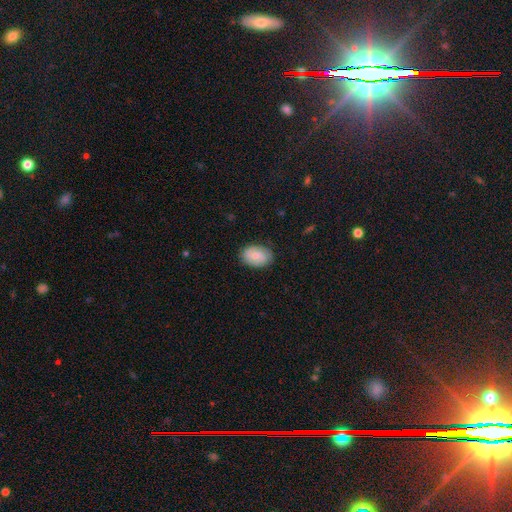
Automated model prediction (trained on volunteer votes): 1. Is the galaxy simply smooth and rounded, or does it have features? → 48% smooth, 45% featured or disk, 7% star or artifact.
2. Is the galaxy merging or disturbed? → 82% none, 14% minor disturbance, 3% major disturbance, 1% merger.